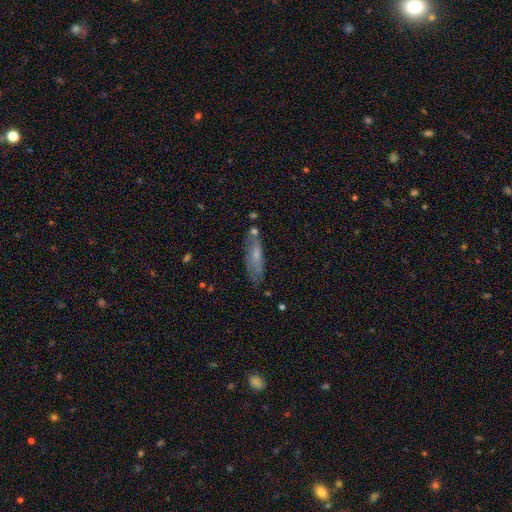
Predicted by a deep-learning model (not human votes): smooth-or-featured: smooth: 58% | featured or disk: 34% | star or artifact: 8%
  how-rounded: cigar-shaped: 64% | in between: 34% | round: 2%
  merging: none: 64% | minor disturbance: 22% | merger: 7% | major disturbance: 6%